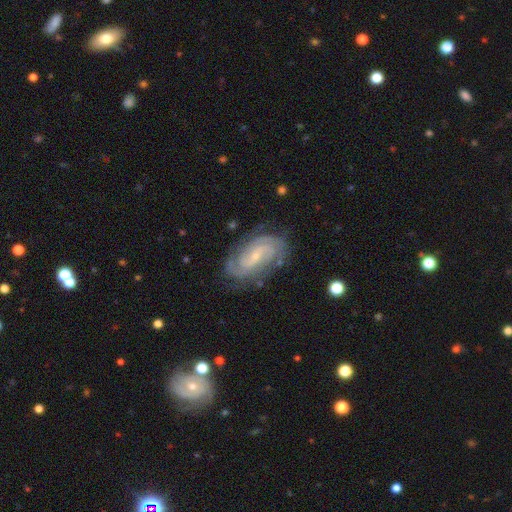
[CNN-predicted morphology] The model was most divided on "bar": weak: 44%, no: 40%, strong: 17%. Remaining: spiral arms — yes (98%); edge-on disk — no (96%); smooth or featured — featured or disk (88%); bulge size — small (78%); merging — none (78%); spiral winding — tight (61%); spiral arm count — 2 (44%).